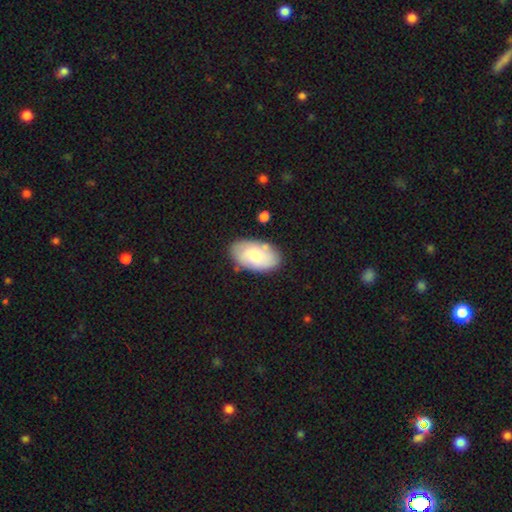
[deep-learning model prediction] The model was most divided on "smooth or featured": smooth: 68%, featured or disk: 26%, star or artifact: 6%. More confident: how rounded — in between (94%); merging — none (77%).